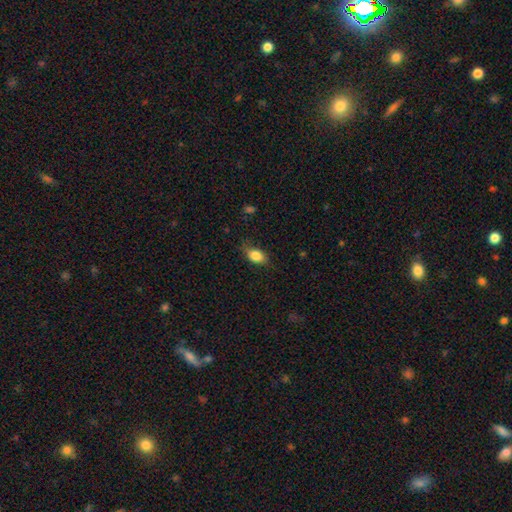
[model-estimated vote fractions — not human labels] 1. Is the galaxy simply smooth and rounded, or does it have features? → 84% smooth, 8% star or artifact, 8% featured or disk.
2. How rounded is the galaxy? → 83% in between, 14% round, 3% cigar-shaped.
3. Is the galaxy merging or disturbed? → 73% none, 21% minor disturbance, 5% major disturbance, 1% merger.